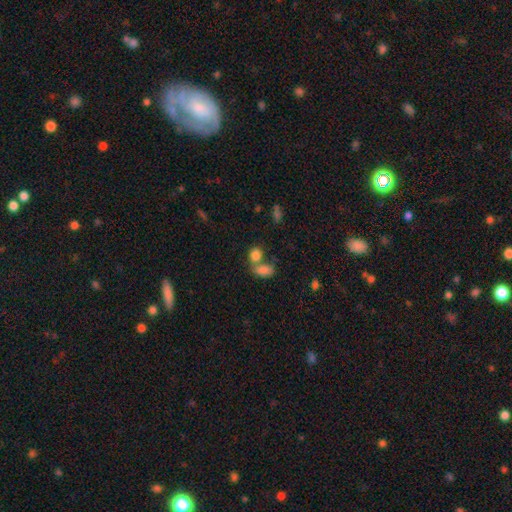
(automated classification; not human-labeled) smooth 82%, star or artifact 10%, featured or disk 8%. Down the decision tree: how rounded — in between (61%); merging — merger (49%).